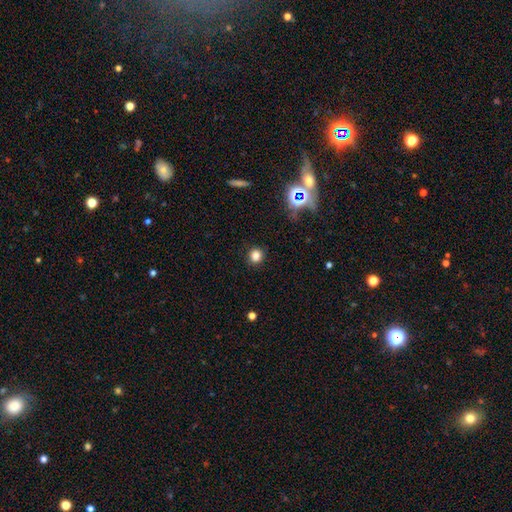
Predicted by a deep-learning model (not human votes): smooth-or-featured: smooth: 80% | star or artifact: 16% | featured or disk: 5%
  how-rounded: round: 89% | in between: 10% | cigar-shaped: 1%
  merging: none: 91% | minor disturbance: 6% | major disturbance: 2% | merger: 1%